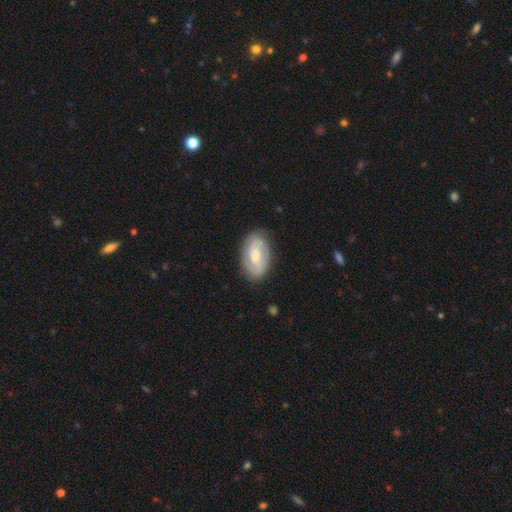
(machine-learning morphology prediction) This appears to be a featured or disk galaxy (68%) with a weak bar (49%), 2 (71%) tight (48%) spiral arms (86%) and a moderate central bulge (52%). Merging: none (81%).